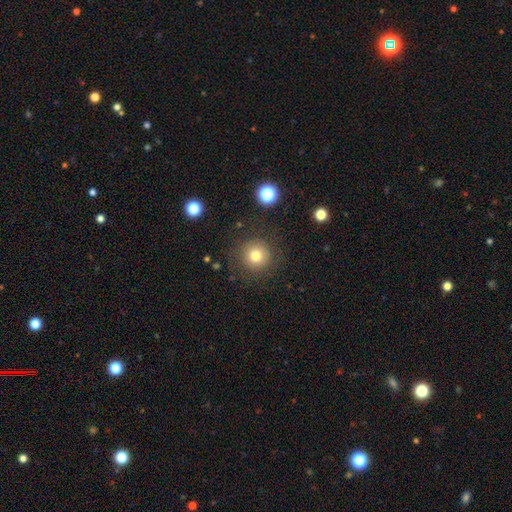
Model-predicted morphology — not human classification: Smooth or featured: smooth — 77% (star or artifact — 13%)
How rounded: round — 94% (in between — 5%)
Merging: none — 85% (minor disturbance — 9%)